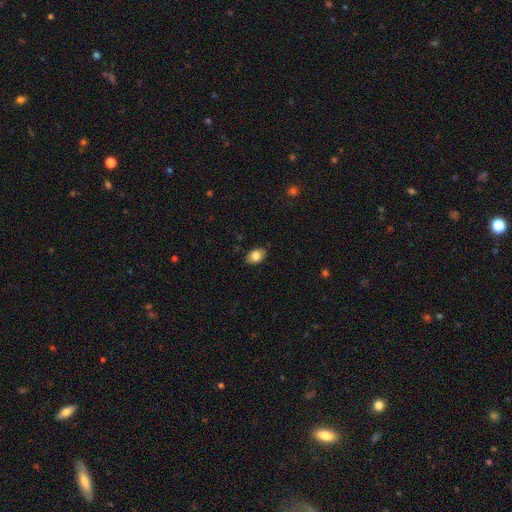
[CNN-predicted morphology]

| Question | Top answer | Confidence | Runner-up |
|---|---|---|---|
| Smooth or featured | smooth | 83% | featured or disk (9%) |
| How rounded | in between | 81% | round (17%) |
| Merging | none | 83% | minor disturbance (14%) |